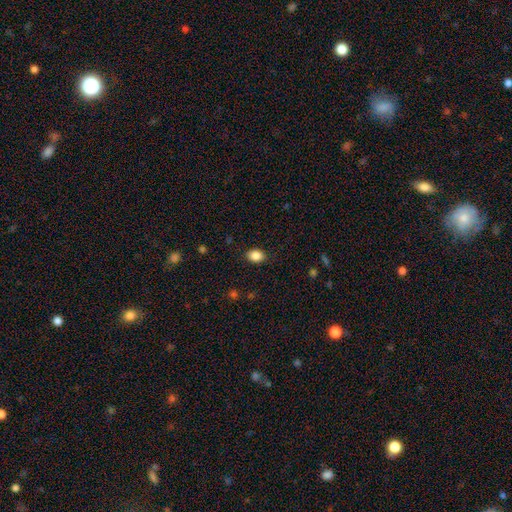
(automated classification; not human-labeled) Morphology: type=smooth (87%); roundness=in between (73%); merging=none (87%).